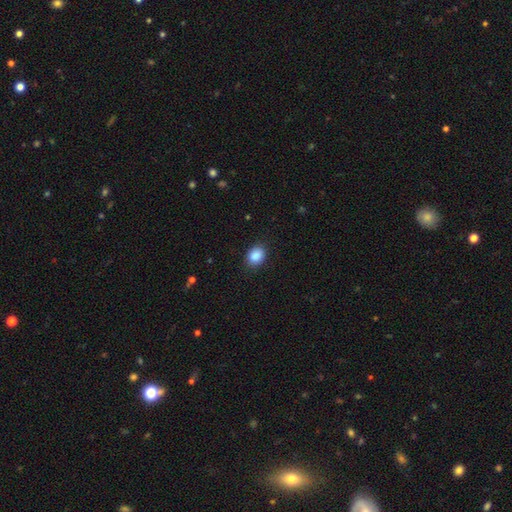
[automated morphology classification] A smooth galaxy with no disk features (89%) that is in between round and cigar-shaped (60%).

Vote fractions:
- Smooth or featured? smooth: 89% / star or artifact: 8% / featured or disk: 3%
- How rounded? in between: 60% / round: 39% / cigar-shaped: 1%
- Merging? none: 85% / minor disturbance: 11% / major disturbance: 3% / merger: 1%